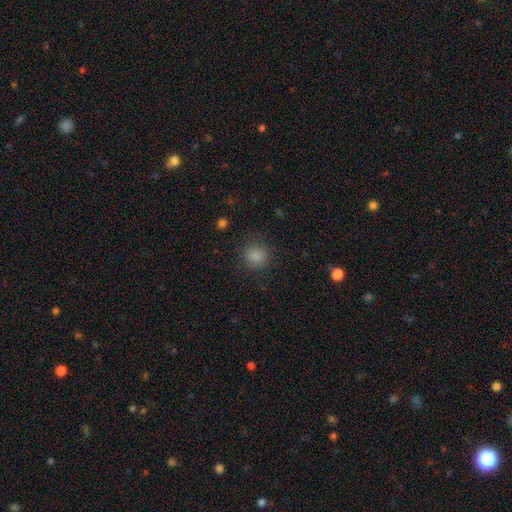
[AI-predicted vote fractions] This is clearly a smooth galaxy (85%). How rounded: clearly round (92%). Merging: clearly none (88%).